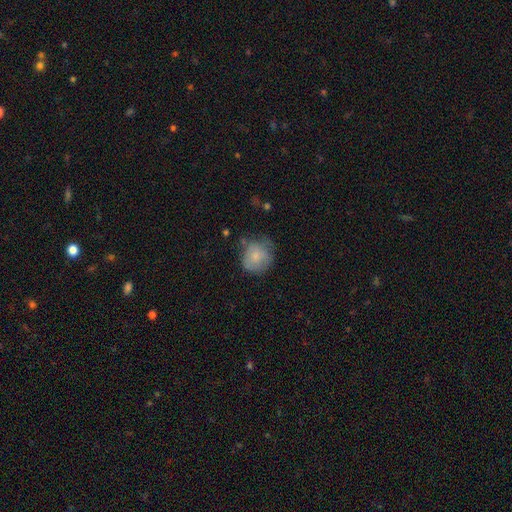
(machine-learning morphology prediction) This is likely a smooth galaxy (76%). How rounded: likely round (79%). Merging: possibly none (53%).